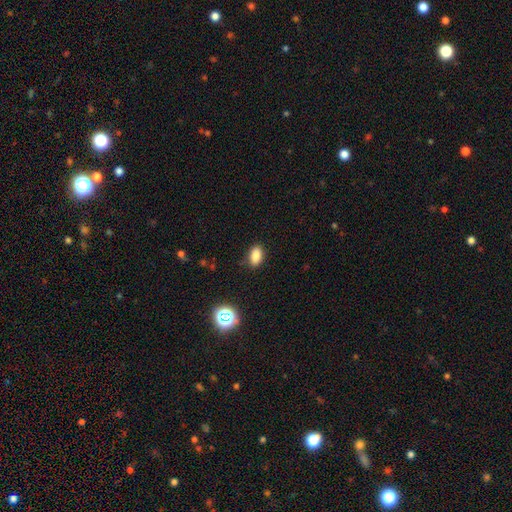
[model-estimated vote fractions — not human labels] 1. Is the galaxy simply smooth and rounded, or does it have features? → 84% smooth, 11% star or artifact, 5% featured or disk.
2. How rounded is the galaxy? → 88% in between, 9% round, 3% cigar-shaped.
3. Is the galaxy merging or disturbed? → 85% none, 11% minor disturbance, 3% major disturbance, 1% merger.